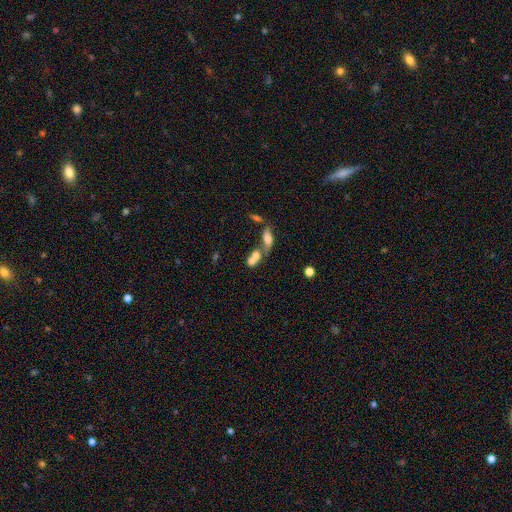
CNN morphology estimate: Smooth or featured? smooth (64%)
How rounded? in between (64%)
Merging? merger (67%)